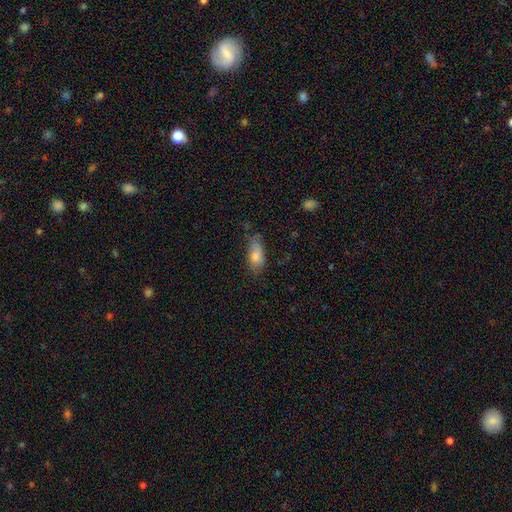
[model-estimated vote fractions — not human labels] Morphology: type=smooth (75%); roundness=in between (77%); merging=none (54%).